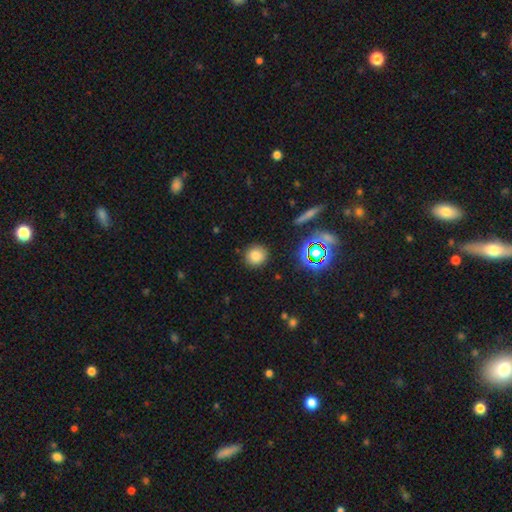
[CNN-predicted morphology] smooth_or_featured: smooth (p=0.78) [alt: star or artifact p=0.15]
how_rounded: round (p=0.88) [alt: in between p=0.11]
merging: none (p=0.88) [alt: minor disturbance p=0.08]